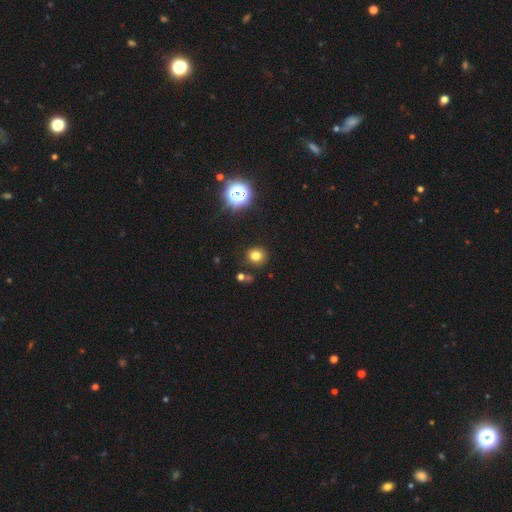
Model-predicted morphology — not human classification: Q: Smooth or featured?
A: smooth (77%); runner-up: star or artifact (17%)
Q: How rounded?
A: round (82%); runner-up: in between (17%)
Q: Merging?
A: none (86%); runner-up: minor disturbance (8%)